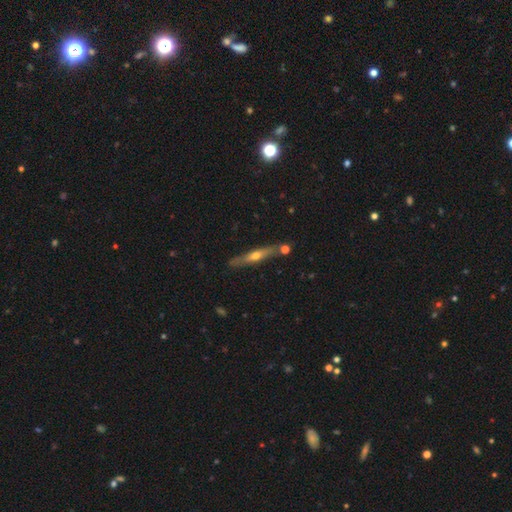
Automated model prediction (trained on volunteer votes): This is likely a featured or disk galaxy (61%). It is clearly viewed edge-on (91%). Edge-on bulge: clearly rounded (83%). Merging: likely none (80%).